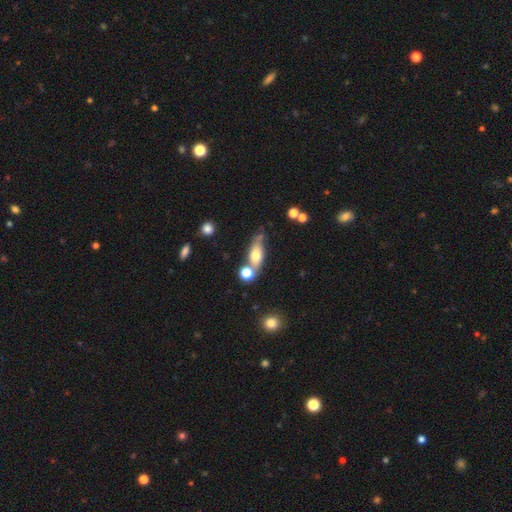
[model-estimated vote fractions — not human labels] Morphology: type=smooth (63%); roundness=in between (67%); merging=none (47%).